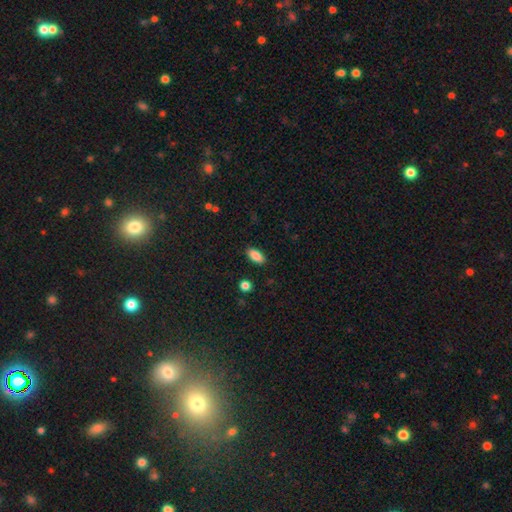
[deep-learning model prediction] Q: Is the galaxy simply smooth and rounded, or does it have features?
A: smooth — 87%.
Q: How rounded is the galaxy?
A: in between — 89%.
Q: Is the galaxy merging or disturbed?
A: none — 88%.